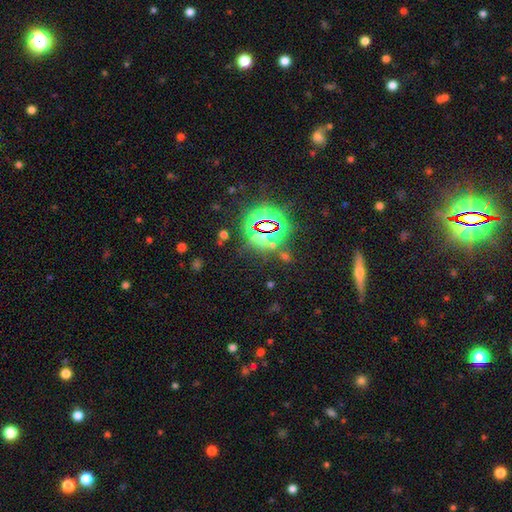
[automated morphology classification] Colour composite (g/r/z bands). It shows a star or artifact, not a galaxy (82%).